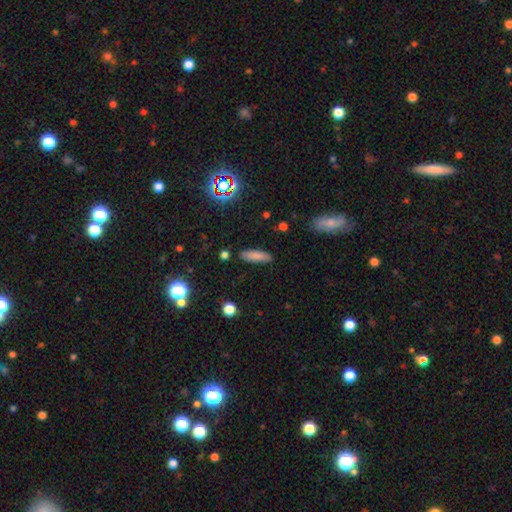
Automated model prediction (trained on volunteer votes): Q: Smooth or featured?
A: smooth (81%); runner-up: star or artifact (10%)
Q: How rounded?
A: cigar-shaped (57%); runner-up: in between (41%)
Q: Merging?
A: none (86%); runner-up: minor disturbance (10%)